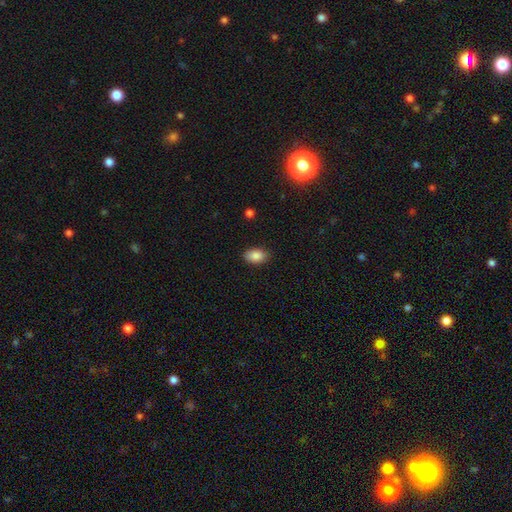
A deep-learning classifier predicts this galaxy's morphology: A smooth galaxy with no disk features (88%) that is in between round and cigar-shaped (91%). Merging: none (87%).